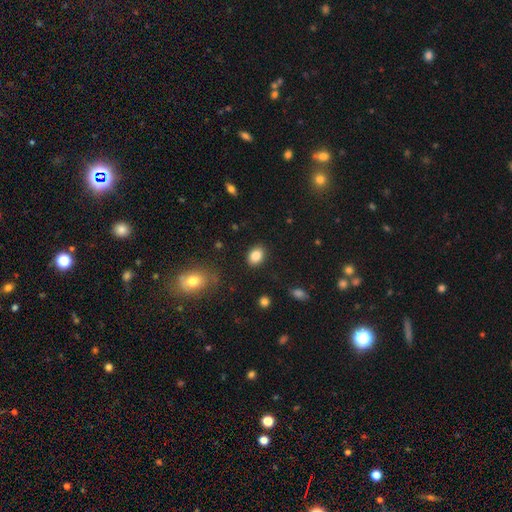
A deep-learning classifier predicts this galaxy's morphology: Smooth or featured? Predicted: smooth (p=0.85). How rounded? Predicted: in between (p=0.68). Merging? Predicted: none (p=0.88).